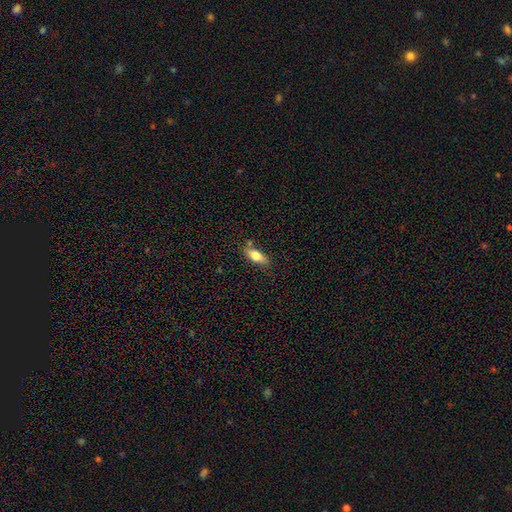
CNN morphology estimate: A smooth galaxy with no disk features (75%) that is in between round and cigar-shaped (73%).

Vote fractions:
- Smooth or featured? smooth: 75% / featured or disk: 19% / star or artifact: 7%
- How rounded? in between: 73% / cigar-shaped: 24% / round: 3%
- Merging? none: 76% / minor disturbance: 15% / merger: 5% / major disturbance: 3%